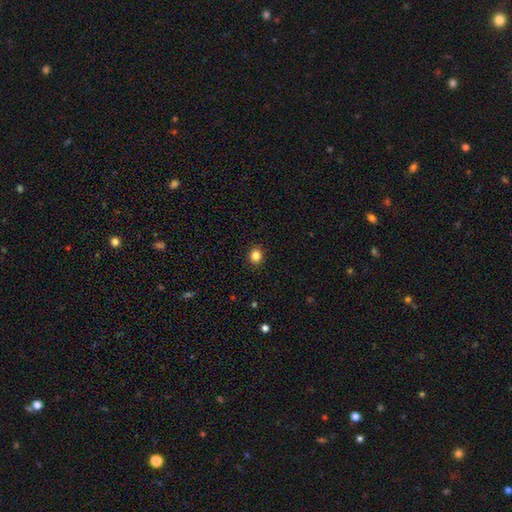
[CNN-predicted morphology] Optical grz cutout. It shows a smooth galaxy with no disk features (85%) that is round (85%). Merging: none (92%).